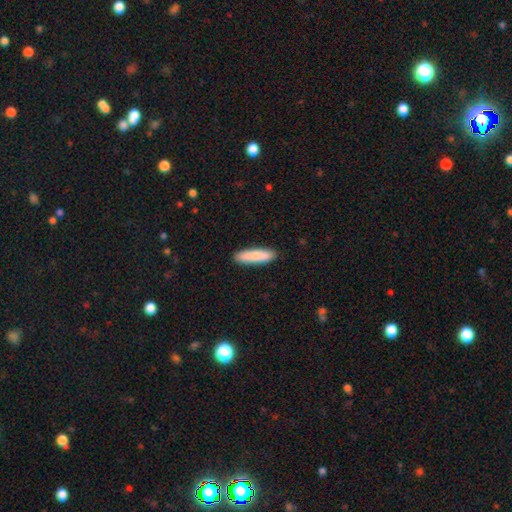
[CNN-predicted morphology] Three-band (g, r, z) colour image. It shows a smooth galaxy with no disk features (86%) that is cigar-shaped (77%). Merging: none (90%).